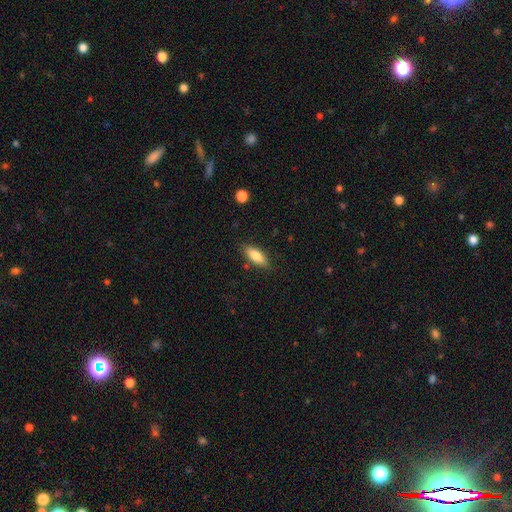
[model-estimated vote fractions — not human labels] Morphology: type=smooth (80%); roundness=in between (73%); merging=none (83%).